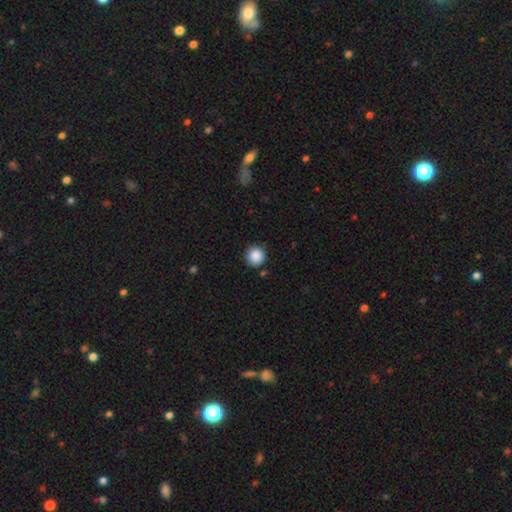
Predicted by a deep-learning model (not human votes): Q: Smooth or featured?
A: smooth (88%); runner-up: star or artifact (9%)
Q: How rounded?
A: round (96%); runner-up: in between (4%)
Q: Merging?
A: none (89%); runner-up: minor disturbance (7%)